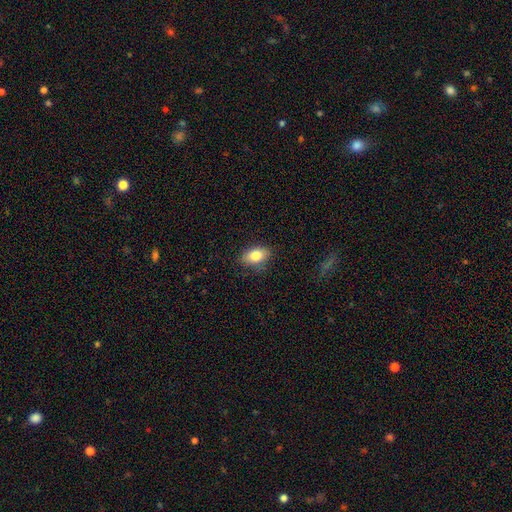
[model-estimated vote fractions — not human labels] The model was most divided on "smooth or featured": smooth: 81%, featured or disk: 11%, star or artifact: 8%. More confident: how rounded — in between (86%); merging — none (84%).